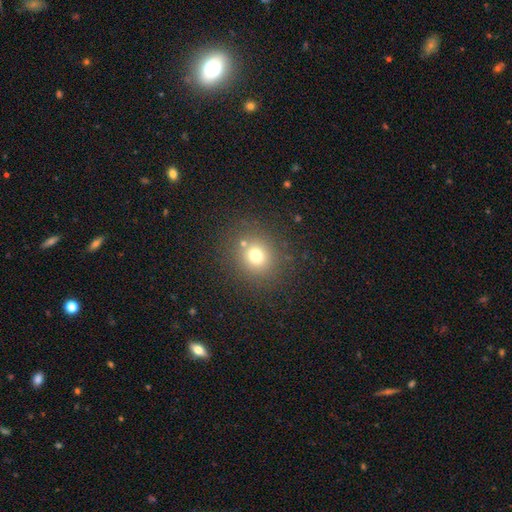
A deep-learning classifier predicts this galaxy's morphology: This is likely a smooth galaxy (71%). How rounded: clearly round (84%). Merging: clearly none (82%).